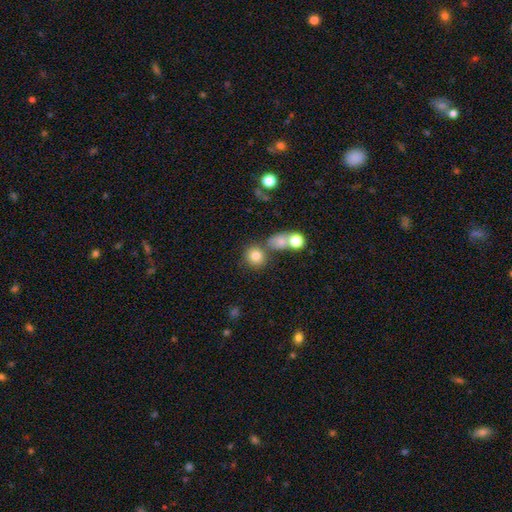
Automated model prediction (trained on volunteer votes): The model was most divided on "merging": none: 68%, merger: 18%, minor disturbance: 10%, major disturbance: 4%. More confident: how rounded — round (85%); smooth or featured — smooth (79%).